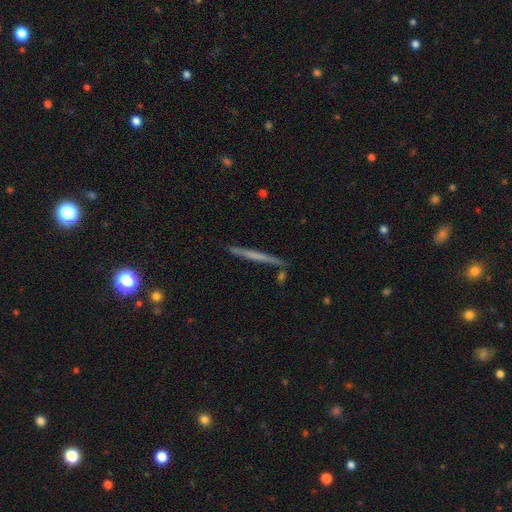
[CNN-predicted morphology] Smooth or featured? featured or disk (50%)
Merging? none (88%)